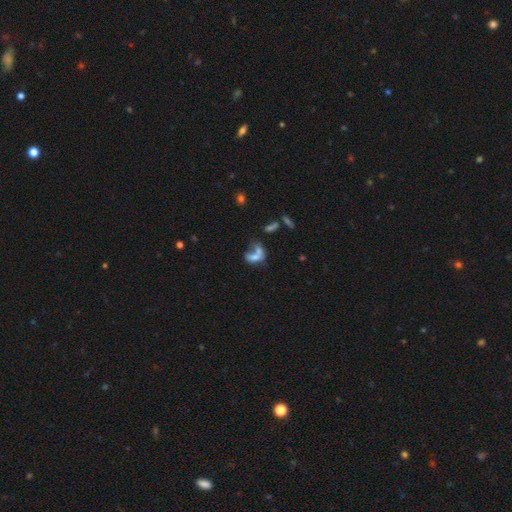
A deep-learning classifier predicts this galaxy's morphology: Smooth or featured? Predicted: smooth (p=0.57). How rounded? Predicted: in between (p=0.77). Merging? Predicted: merger (p=0.58).